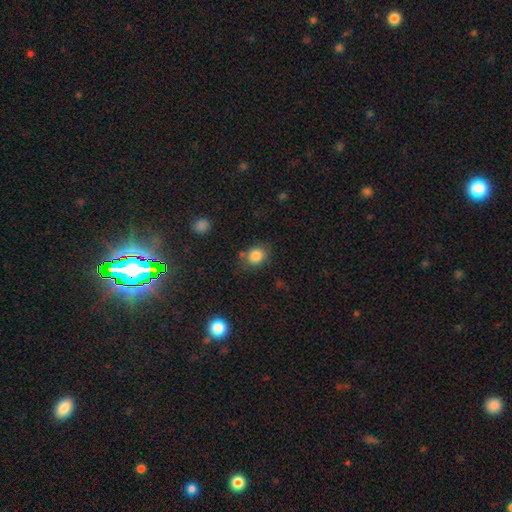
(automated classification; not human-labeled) This appears to be a smooth galaxy with no disk features (85%) that is round (56%). Merging: none (71%).